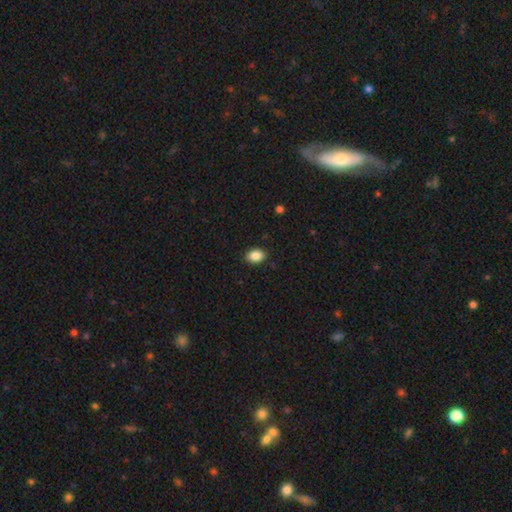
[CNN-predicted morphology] type=smooth (88%); roundness=in between (79%); merging=none (89%).